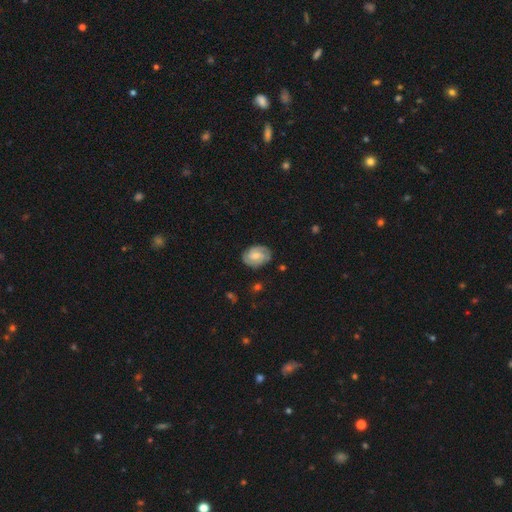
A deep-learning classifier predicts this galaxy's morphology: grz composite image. It shows a featured or disk galaxy (62%) with no bar (52%), 2 (61%) tight (59%) spiral arms (90%) and a moderate central bulge (44%). Merging: none (79%).